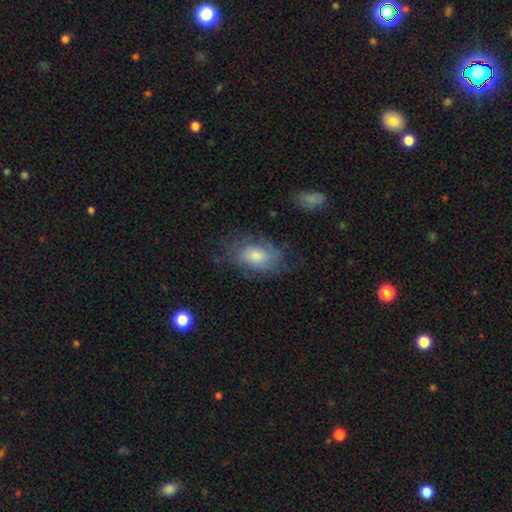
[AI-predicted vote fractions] Smooth or featured? smooth (53%)
How rounded? in between (88%)
Merging? none (63%)